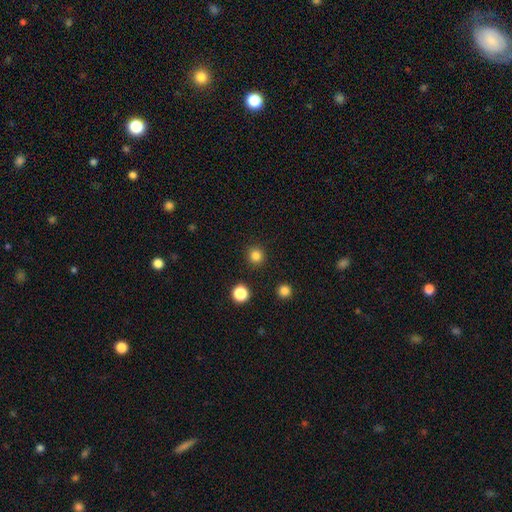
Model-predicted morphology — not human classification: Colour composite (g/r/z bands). It shows a smooth galaxy with no disk features (82%) that is round (94%). Merging: none (91%).